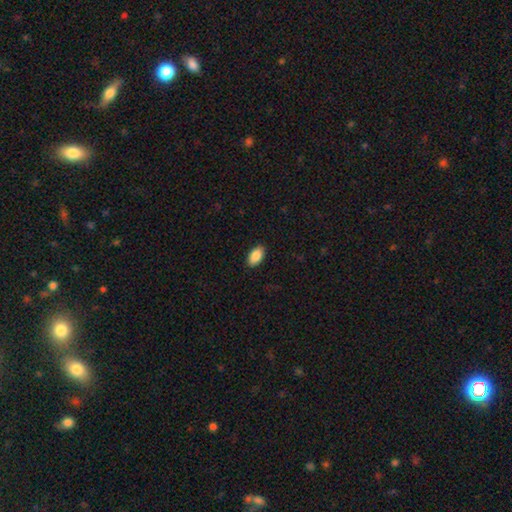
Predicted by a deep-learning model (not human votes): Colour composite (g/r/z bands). It shows a smooth galaxy with no disk features (89%) that is in between round and cigar-shaped (94%). Merging: none (89%).